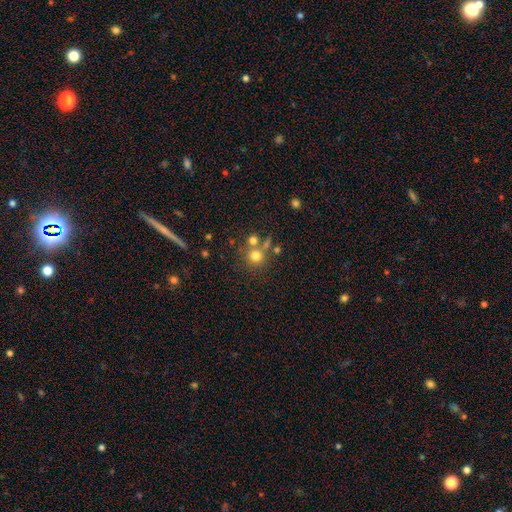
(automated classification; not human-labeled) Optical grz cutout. It shows a smooth galaxy with no disk features (74%) that is round (90%). Merging: none (61%).